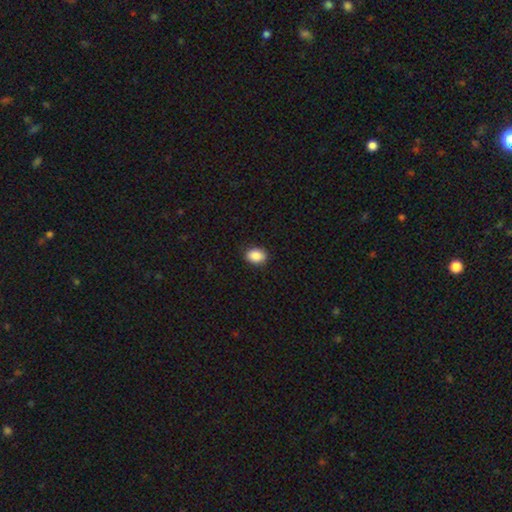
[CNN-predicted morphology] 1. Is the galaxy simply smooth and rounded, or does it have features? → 89% smooth, 8% star or artifact, 3% featured or disk.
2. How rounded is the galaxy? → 70% in between, 28% round, 1% cigar-shaped.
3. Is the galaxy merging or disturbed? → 89% none, 8% minor disturbance, 2% major disturbance, 1% merger.